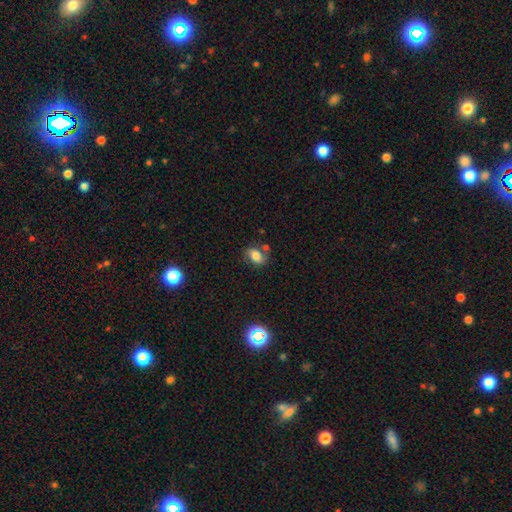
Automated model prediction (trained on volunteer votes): The model was most divided on "merging": none: 58%, minor disturbance: 21%, merger: 13%, major disturbance: 7%. More confident: how rounded — in between (80%); smooth or featured — smooth (69%).